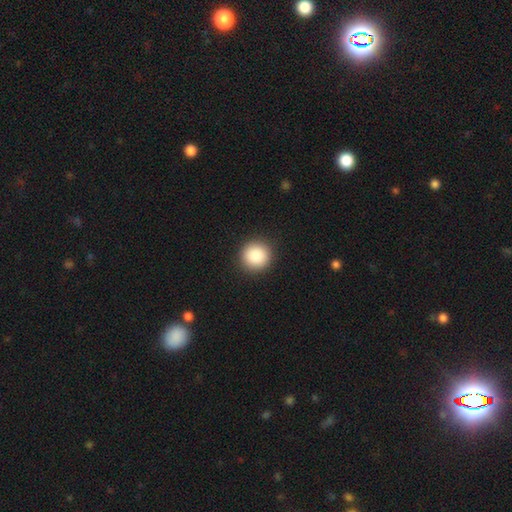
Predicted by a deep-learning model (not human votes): A smooth galaxy with no disk features (88%) that is round (94%).

Vote fractions:
- Smooth or featured? smooth: 88% / star or artifact: 8% / featured or disk: 4%
- How rounded? round: 94% / in between: 5% / cigar-shaped: 1%
- Merging? none: 93% / minor disturbance: 5% / major disturbance: 2% / merger: 1%